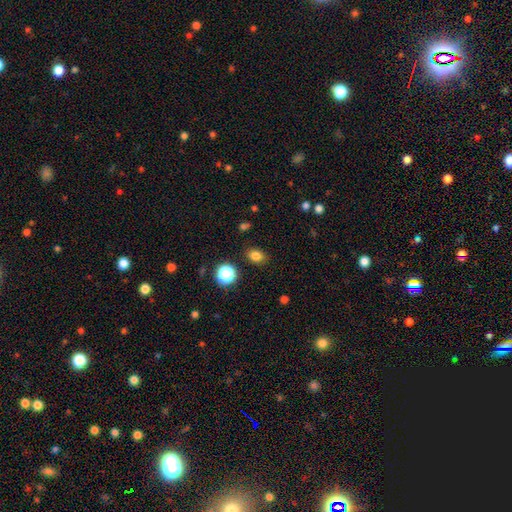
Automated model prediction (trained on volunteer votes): This appears to be a smooth galaxy with no disk features (80%) that is in between round and cigar-shaped (59%). Merging: none (86%).